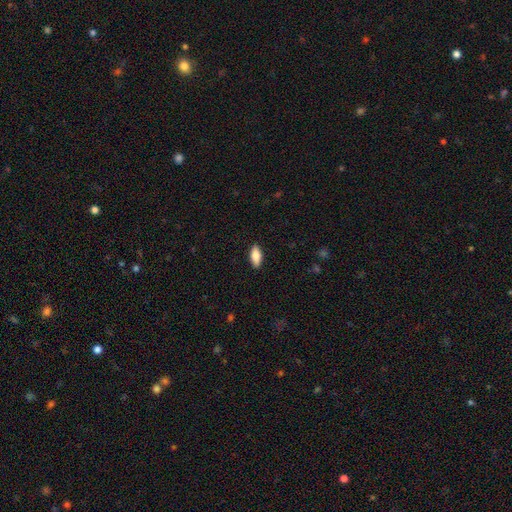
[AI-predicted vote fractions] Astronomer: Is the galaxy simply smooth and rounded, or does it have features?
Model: smooth — 78%.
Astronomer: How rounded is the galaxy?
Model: in between — 82%.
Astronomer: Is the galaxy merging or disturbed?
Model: none — 90%.